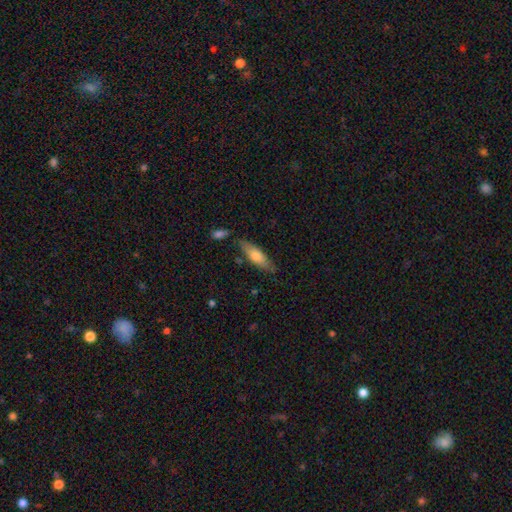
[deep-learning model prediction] The model was most divided on "how rounded": in between: 52%, cigar-shaped: 46%, round: 2%. More confident: merging — none (75%); smooth or featured — smooth (69%).